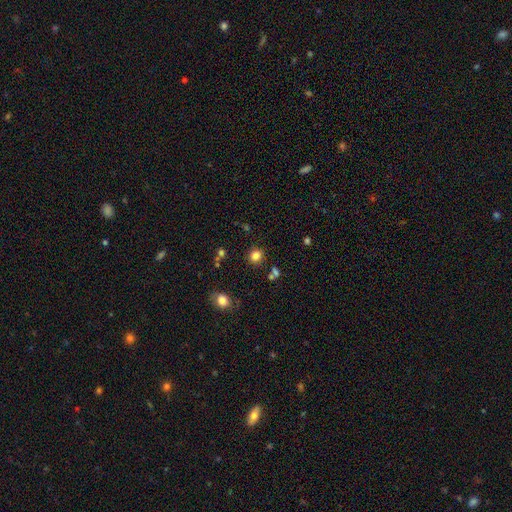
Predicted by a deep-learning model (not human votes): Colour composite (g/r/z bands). It shows a smooth galaxy with no disk features (82%) that is round (80%). Merging: none (84%).